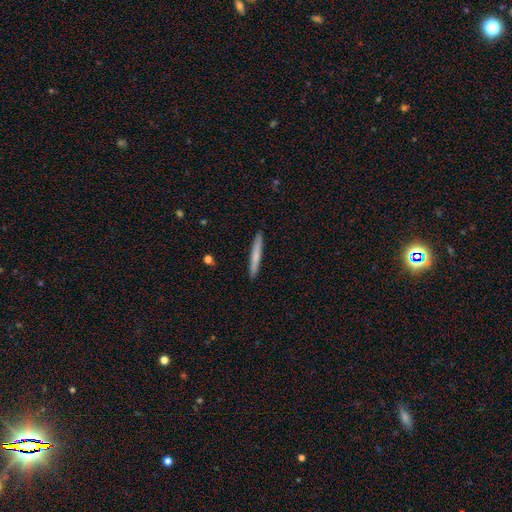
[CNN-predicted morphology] Smooth or featured: smooth — 67% (featured or disk — 27%)
How rounded: cigar-shaped — 96% (in between — 3%)
Merging: none — 92% (minor disturbance — 6%)